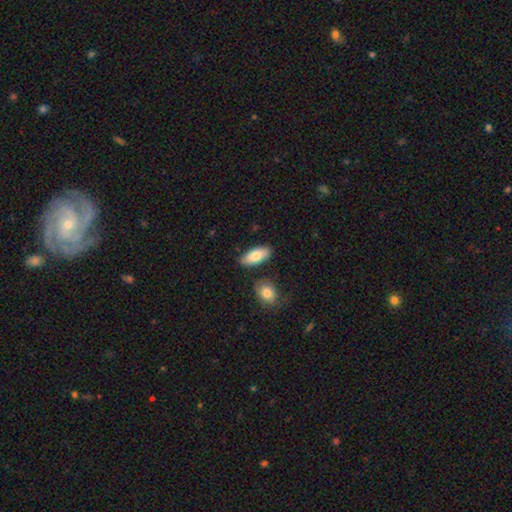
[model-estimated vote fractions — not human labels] The model was most divided on "smooth or featured": smooth: 82%, featured or disk: 13%, star or artifact: 6%. More confident: how rounded — in between (85%); merging — none (82%).